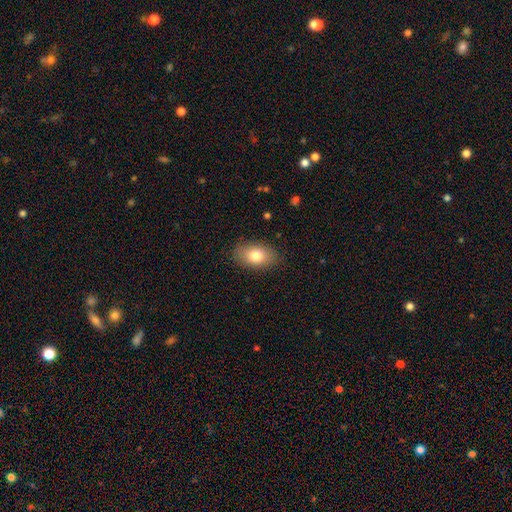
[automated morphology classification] smooth_or_featured: smooth (p=0.79) [alt: featured or disk p=0.13]
how_rounded: in between (p=0.90) [alt: round p=0.08]
merging: none (p=0.85) [alt: minor disturbance p=0.11]